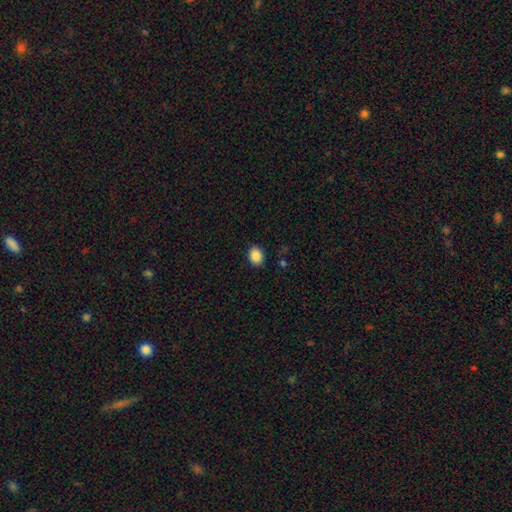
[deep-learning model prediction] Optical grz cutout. It shows a smooth galaxy with no disk features (88%) that is in between round and cigar-shaped (58%). Merging: none (89%).